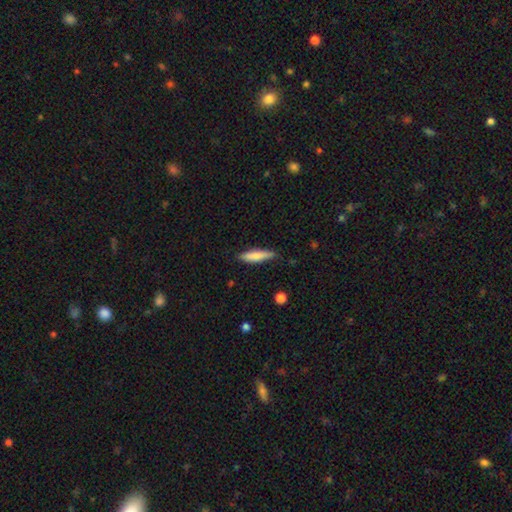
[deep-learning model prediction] This is likely a smooth galaxy (77%). How rounded: likely cigar-shaped (75%). Merging: likely none (78%).